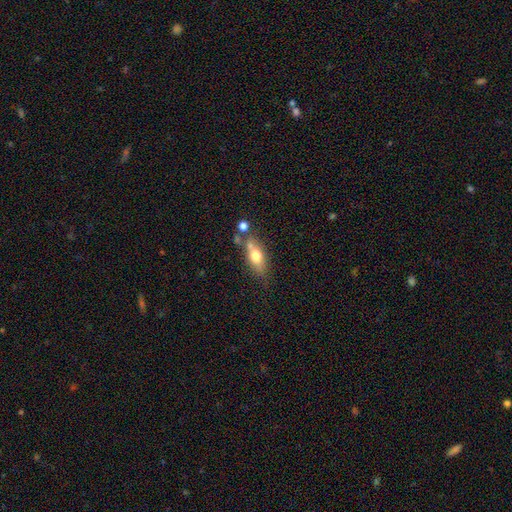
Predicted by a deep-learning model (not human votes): smooth-or-featured: smooth: 67% | featured or disk: 24% | star or artifact: 9%
  how-rounded: in between: 73% | cigar-shaped: 18% | round: 9%
  merging: none: 54% | merger: 21% | minor disturbance: 18% | major disturbance: 7%